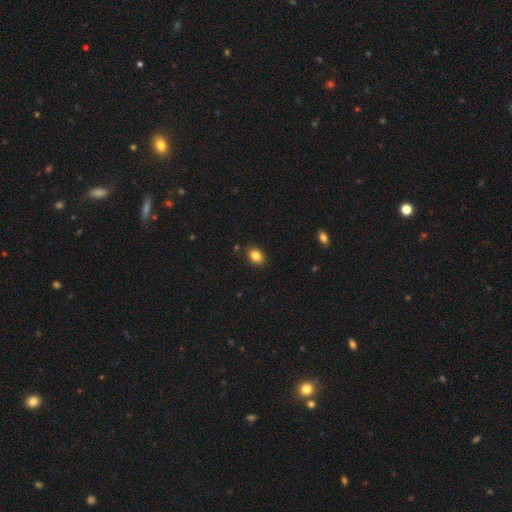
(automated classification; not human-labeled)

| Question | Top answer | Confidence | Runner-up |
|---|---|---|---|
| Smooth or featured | smooth | 85% | star or artifact (9%) |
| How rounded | in between | 69% | round (30%) |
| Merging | none | 87% | minor disturbance (9%) |